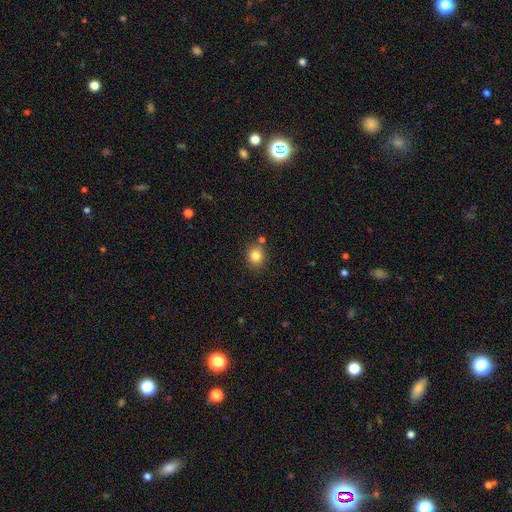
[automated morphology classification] Overall: smooth (83%). How rounded: round (78%). Merging: none (77%).